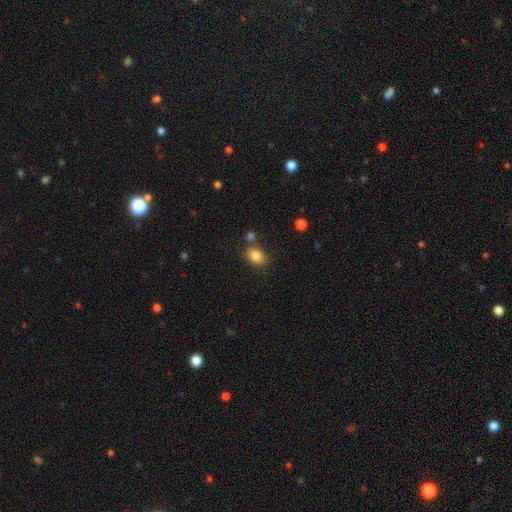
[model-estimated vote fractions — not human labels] A smooth galaxy with no disk features (84%) that is in between round and cigar-shaped (78%).

Vote fractions:
- Smooth or featured? smooth: 84% / star or artifact: 9% / featured or disk: 7%
- How rounded? in between: 78% / round: 20% / cigar-shaped: 1%
- Merging? none: 73% / minor disturbance: 12% / merger: 11% / major disturbance: 3%